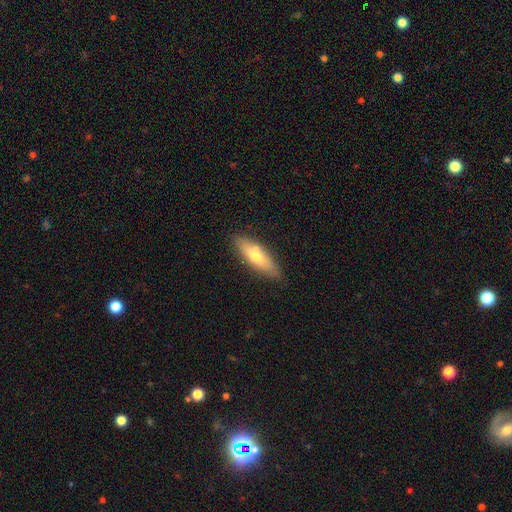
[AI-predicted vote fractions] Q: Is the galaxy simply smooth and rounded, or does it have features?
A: smooth — 59%.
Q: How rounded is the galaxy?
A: cigar-shaped — 50%.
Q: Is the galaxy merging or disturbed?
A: none — 84%.